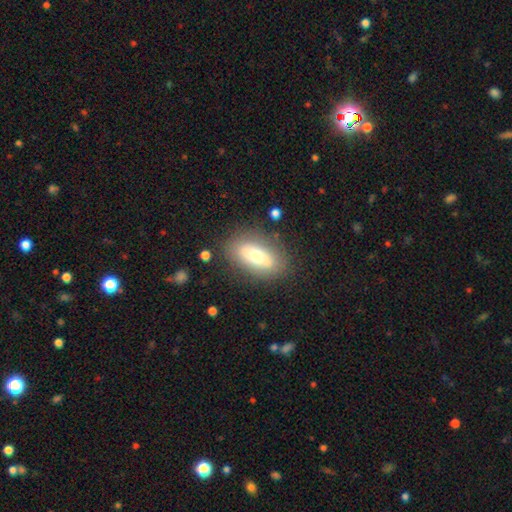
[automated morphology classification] Smooth or featured?
  - smooth: 63% *
  - featured or disk: 29%
  - star or artifact: 8%
How rounded?
  - in between: 86% *
  - cigar-shaped: 8%
  - round: 6%
Merging?
  - none: 78% *
  - minor disturbance: 14%
  - major disturbance: 5%
  - merger: 3%